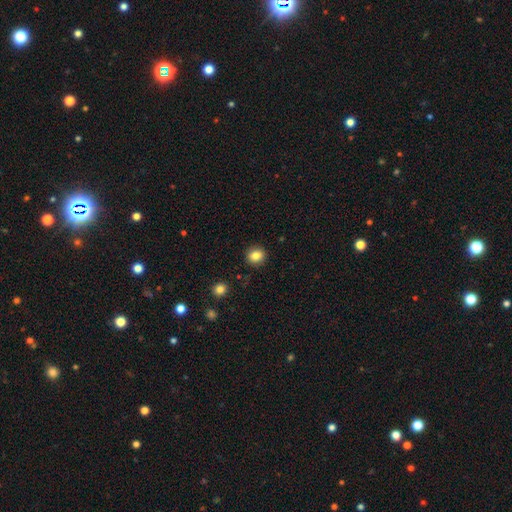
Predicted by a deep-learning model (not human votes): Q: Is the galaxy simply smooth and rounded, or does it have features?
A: smooth — 84%.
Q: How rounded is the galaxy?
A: round — 85%.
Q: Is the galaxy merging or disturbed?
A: none — 91%.